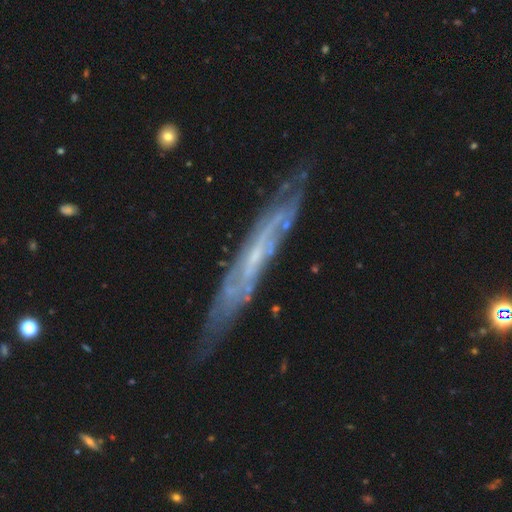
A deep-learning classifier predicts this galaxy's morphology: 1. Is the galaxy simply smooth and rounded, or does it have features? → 78% featured or disk, 15% smooth, 7% star or artifact.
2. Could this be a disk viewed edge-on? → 58% yes, 42% no.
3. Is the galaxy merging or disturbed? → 75% none, 18% minor disturbance, 5% major disturbance, 2% merger.